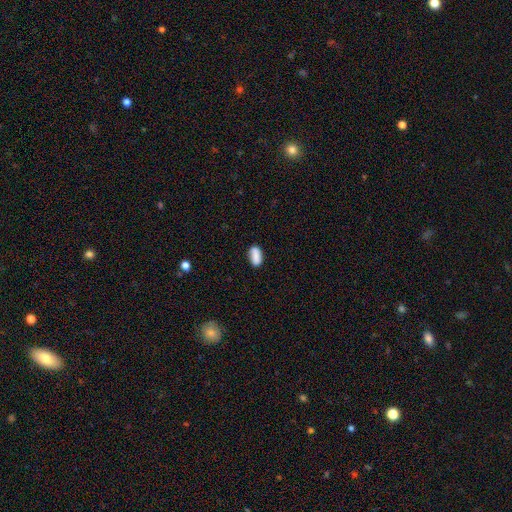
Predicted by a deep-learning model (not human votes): This is clearly a smooth galaxy (85%). How rounded: clearly in between (88%). Merging: likely none (76%).